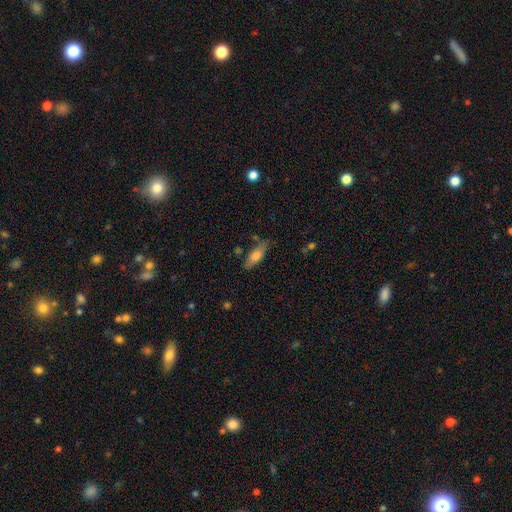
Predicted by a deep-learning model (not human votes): This is likely a smooth galaxy (65%). How rounded: possibly in between (59%). Merging: likely none (72%).